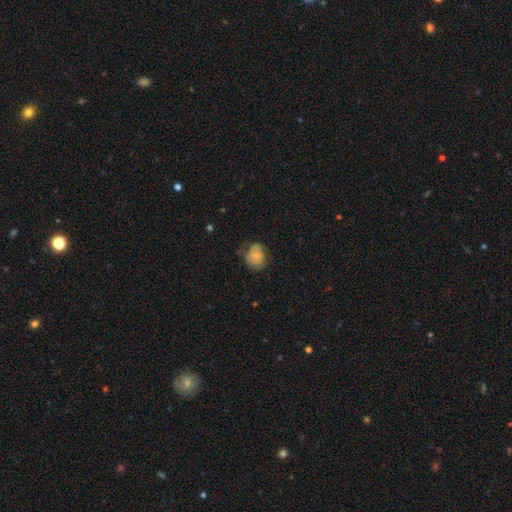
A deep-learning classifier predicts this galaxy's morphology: Smooth or featured?
  - smooth: 71% *
  - featured or disk: 21%
  - star or artifact: 8%
How rounded?
  - round: 60% *
  - in between: 39%
  - cigar-shaped: 1%
Merging?
  - none: 58% *
  - minor disturbance: 30%
  - major disturbance: 11%
  - merger: 2%